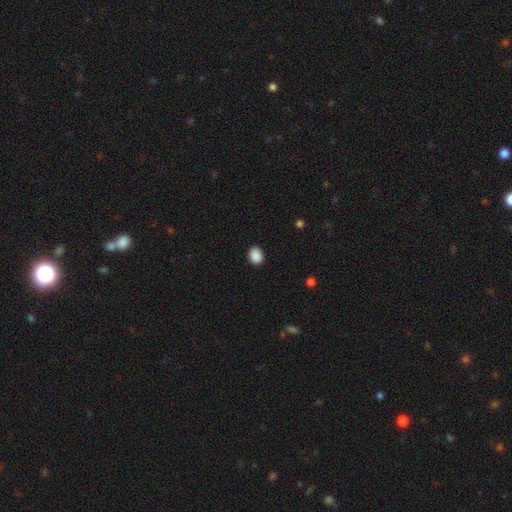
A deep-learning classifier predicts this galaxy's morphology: Smooth or featured? smooth (90%)
How rounded? in between (62%)
Merging? none (88%)